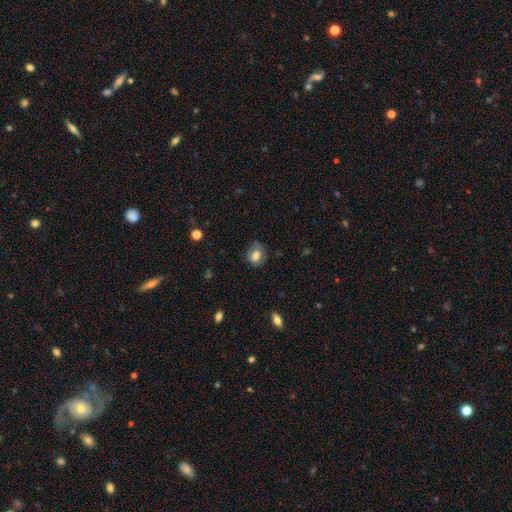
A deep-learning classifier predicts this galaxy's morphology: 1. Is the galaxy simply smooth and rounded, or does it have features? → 74% smooth, 16% featured or disk, 10% star or artifact.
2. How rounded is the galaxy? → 57% round, 41% in between, 1% cigar-shaped.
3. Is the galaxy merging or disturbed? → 58% none, 29% minor disturbance, 11% major disturbance, 2% merger.